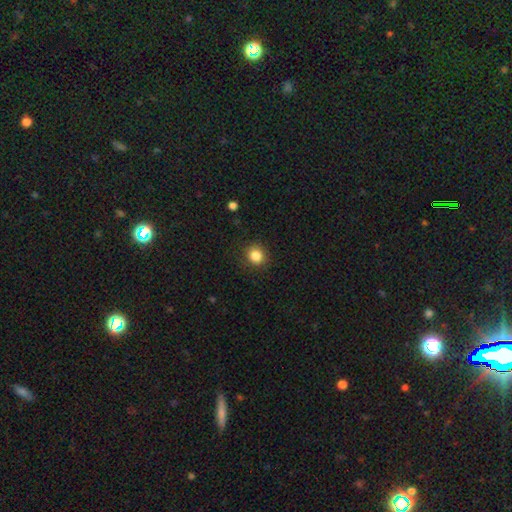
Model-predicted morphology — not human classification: Smooth or featured? Predicted: smooth (p=0.84). How rounded? Predicted: round (p=0.82). Merging? Predicted: none (p=0.88).